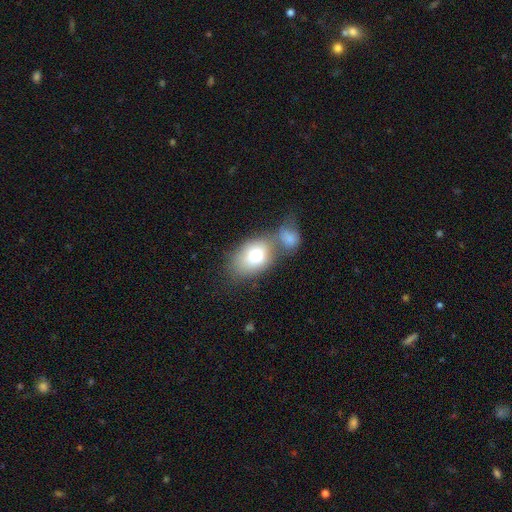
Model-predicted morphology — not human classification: A smooth galaxy with no disk features (73%) that is in between round and cigar-shaped (77%). Merging: merger (41%).